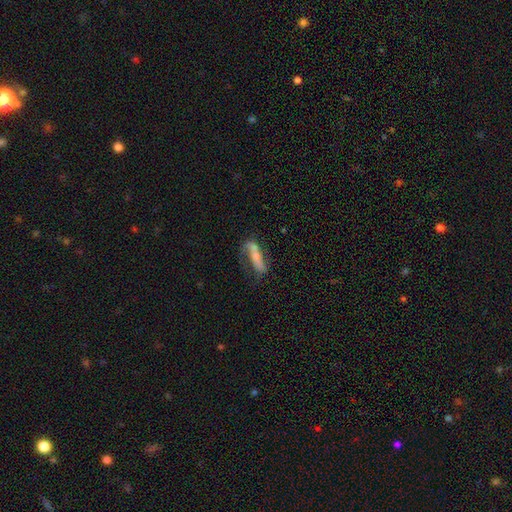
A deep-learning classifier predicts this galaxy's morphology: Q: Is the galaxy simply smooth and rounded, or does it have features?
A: featured or disk — 55%.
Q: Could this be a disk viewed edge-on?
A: no — 71%.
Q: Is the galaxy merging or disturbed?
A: none — 51%.